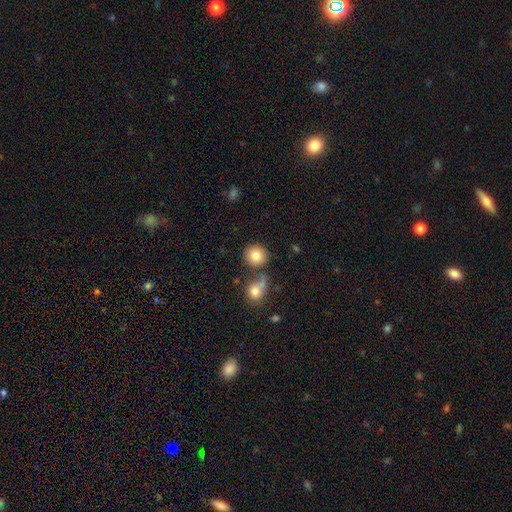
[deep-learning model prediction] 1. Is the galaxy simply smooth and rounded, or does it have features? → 81% smooth, 10% star or artifact, 9% featured or disk.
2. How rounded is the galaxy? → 89% round, 10% in between, 1% cigar-shaped.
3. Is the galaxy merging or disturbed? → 70% none, 17% merger, 10% minor disturbance, 4% major disturbance.